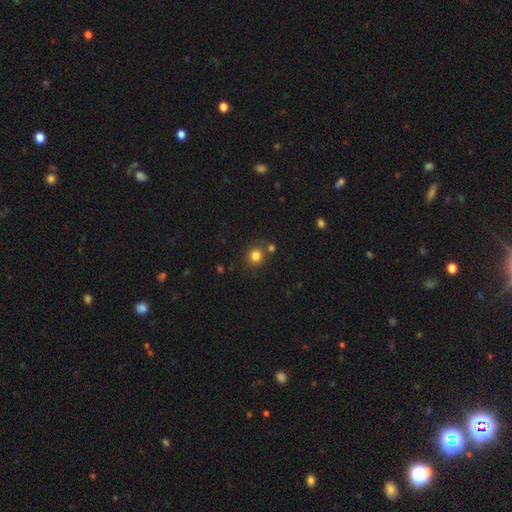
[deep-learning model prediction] Smooth or featured: smooth — 82% (star or artifact — 12%)
How rounded: round — 86% (in between — 13%)
Merging: none — 75% (merger — 12%)